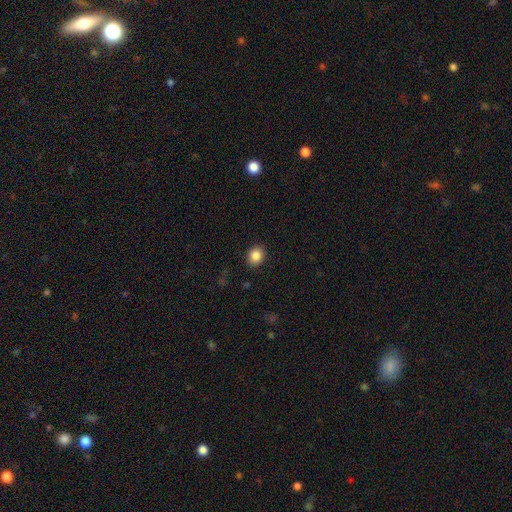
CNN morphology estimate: Smooth or featured? smooth (86%)
How rounded? round (58%)
Merging? none (90%)